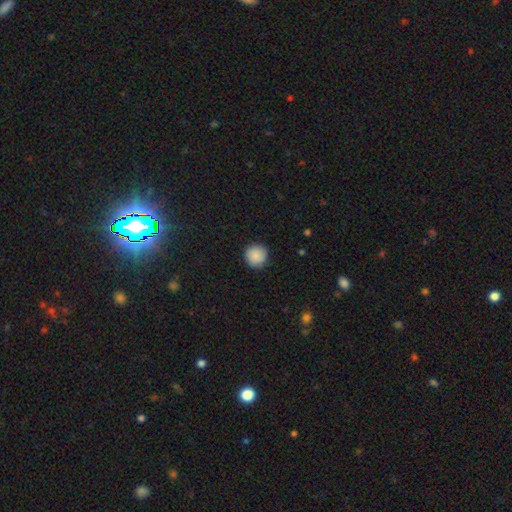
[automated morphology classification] smooth 87%, star or artifact 8%, featured or disk 5%. Down the decision tree: how rounded — round (95%); merging — none (90%).